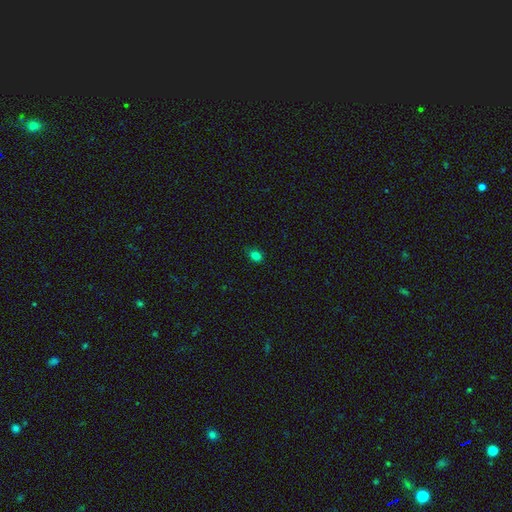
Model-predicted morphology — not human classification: Smooth or featured: smooth — 81% (star or artifact — 15%)
How rounded: in between — 65% (round — 33%)
Merging: none — 83% (minor disturbance — 13%)